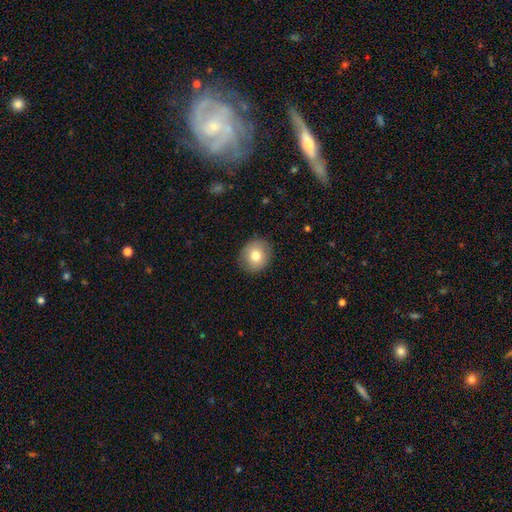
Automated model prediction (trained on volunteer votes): Q: Smooth or featured?
A: smooth (78%); runner-up: featured or disk (13%)
Q: How rounded?
A: round (79%); runner-up: in between (20%)
Q: Merging?
A: none (89%); runner-up: minor disturbance (8%)